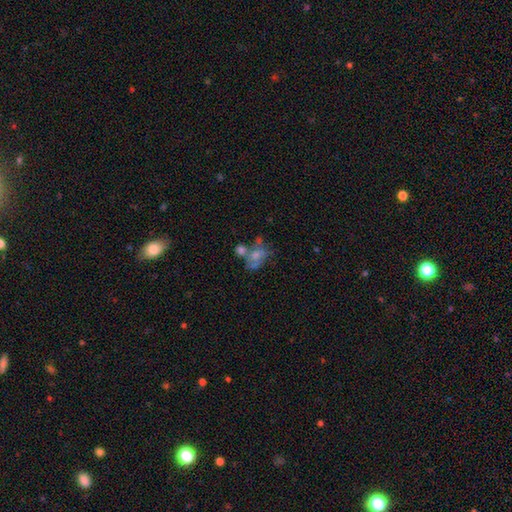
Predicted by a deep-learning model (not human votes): This is possibly a smooth galaxy (48%). Merging: marginally merger (40%).